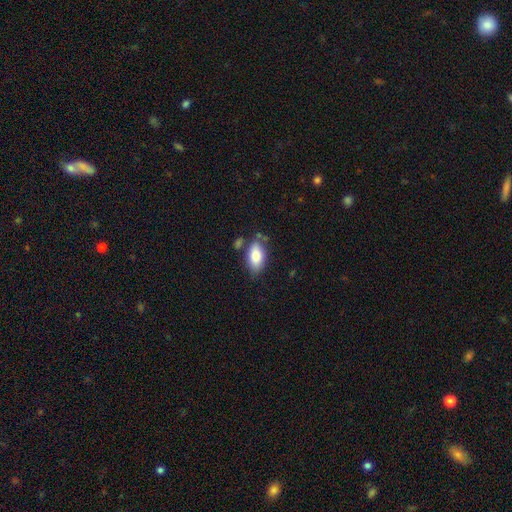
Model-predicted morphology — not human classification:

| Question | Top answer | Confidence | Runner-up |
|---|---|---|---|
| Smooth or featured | smooth | 82% | featured or disk (11%) |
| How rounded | in between | 92% | cigar-shaped (4%) |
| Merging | none | 70% | minor disturbance (18%) |